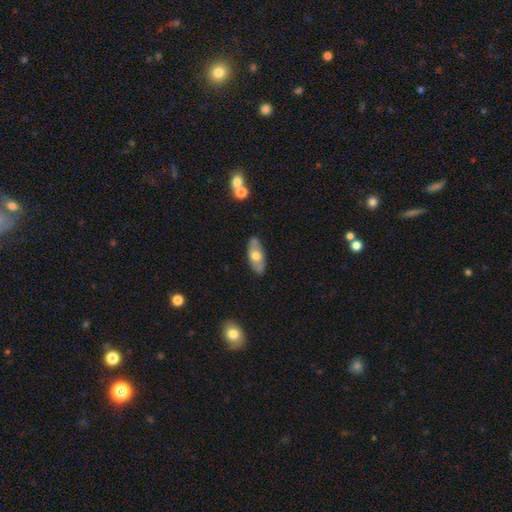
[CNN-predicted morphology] Smooth or featured: smooth — 54% (featured or disk — 40%)
How rounded: in between — 84% (cigar-shaped — 12%)
Merging: none — 83% (minor disturbance — 12%)